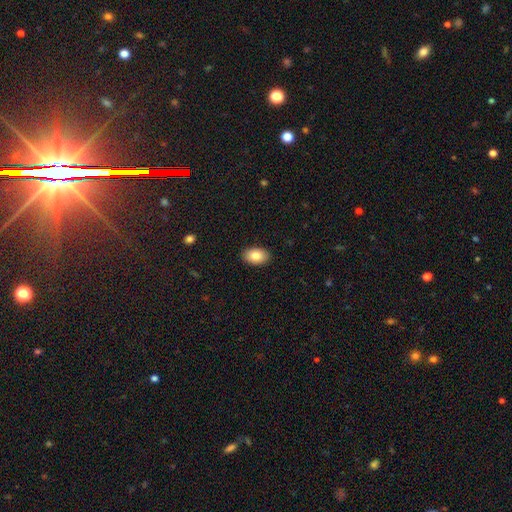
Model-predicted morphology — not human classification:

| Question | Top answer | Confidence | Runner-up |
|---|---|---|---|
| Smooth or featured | smooth | 82% | featured or disk (10%) |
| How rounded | in between | 90% | round (9%) |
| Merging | none | 90% | minor disturbance (7%) |